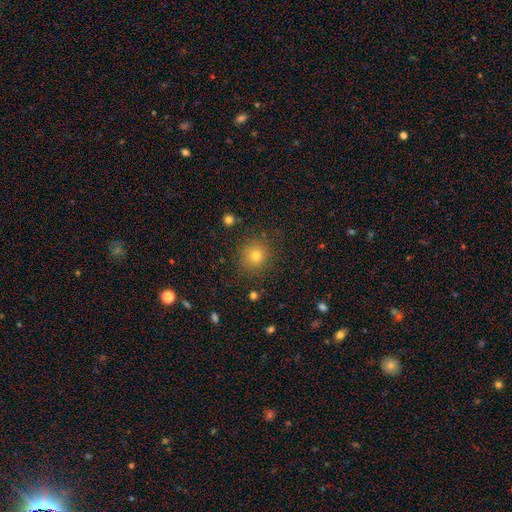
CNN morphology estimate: Overall: smooth (75%). How rounded: round (90%). Merging: none (88%).